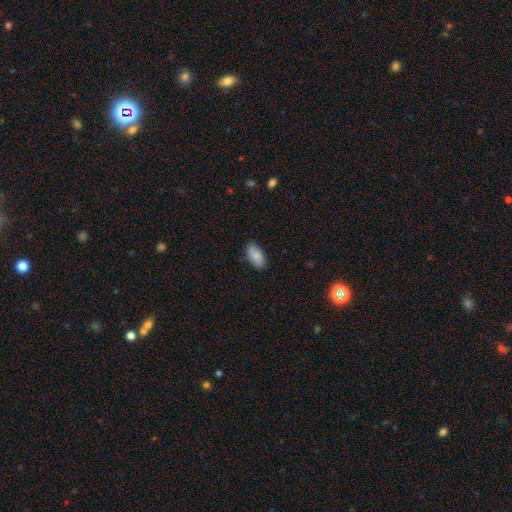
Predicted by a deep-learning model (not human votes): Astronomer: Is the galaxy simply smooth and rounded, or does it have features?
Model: smooth — 82%.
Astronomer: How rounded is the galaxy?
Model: in between — 94%.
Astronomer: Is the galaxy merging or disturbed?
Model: none — 81%.